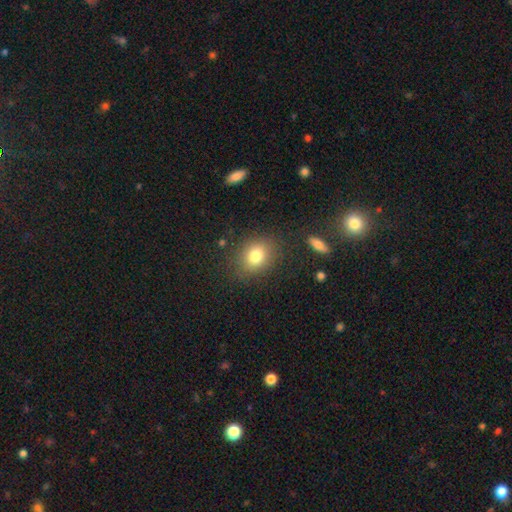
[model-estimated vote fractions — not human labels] Smooth or featured: smooth — 80% (star or artifact — 11%)
How rounded: in between — 53% (round — 45%)
Merging: none — 82% (minor disturbance — 12%)